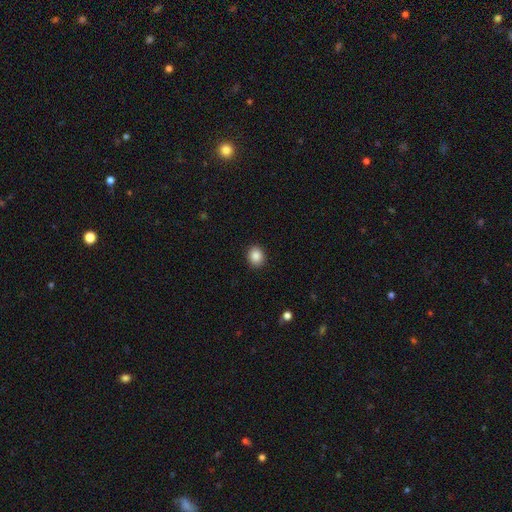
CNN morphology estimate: Smooth or featured: smooth — 87% (star or artifact — 9%)
How rounded: round — 65% (in between — 34%)
Merging: none — 91% (minor disturbance — 6%)